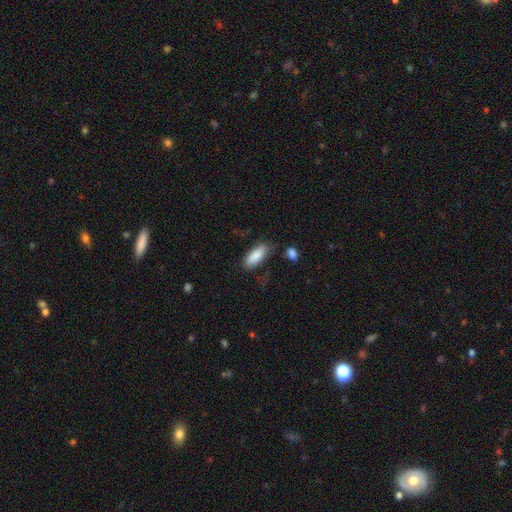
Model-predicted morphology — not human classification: Overall: smooth (87%). How rounded: in between (79%). Merging: none (75%).